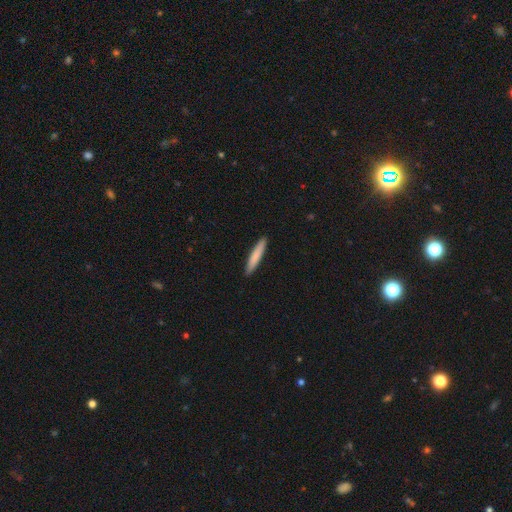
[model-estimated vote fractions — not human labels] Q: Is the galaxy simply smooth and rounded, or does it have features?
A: smooth — 80%.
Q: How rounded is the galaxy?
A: cigar-shaped — 93%.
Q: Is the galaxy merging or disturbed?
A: none — 90%.